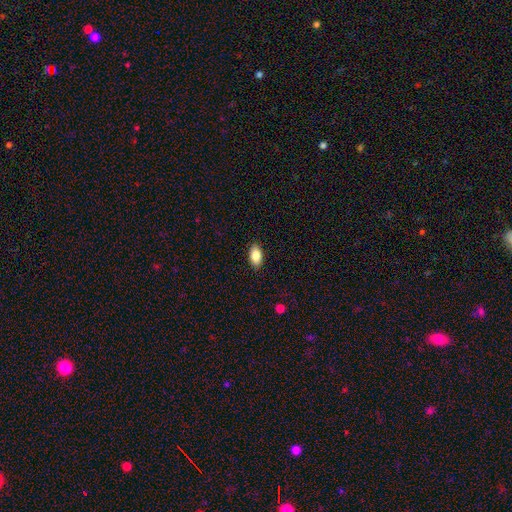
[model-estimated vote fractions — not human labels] Smooth or featured?
  - smooth: 85% *
  - featured or disk: 8%
  - star or artifact: 7%
How rounded?
  - in between: 91% *
  - round: 6%
  - cigar-shaped: 3%
Merging?
  - none: 88% *
  - minor disturbance: 9%
  - major disturbance: 2%
  - merger: 1%